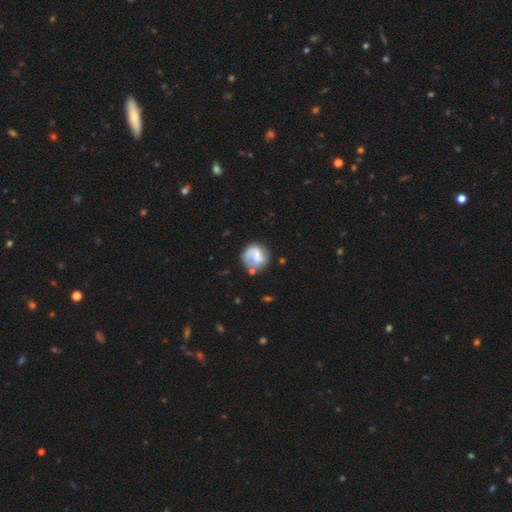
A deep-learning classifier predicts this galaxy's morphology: Smooth or featured? Predicted: featured or disk (p=0.60). Edge-on disk? Predicted: no (p=0.98). Bar? Predicted: no (p=0.43). Spiral arms? Predicted: yes (p=0.81). Bulge size? Predicted: none (p=0.34). Merging? Predicted: none (p=0.63).